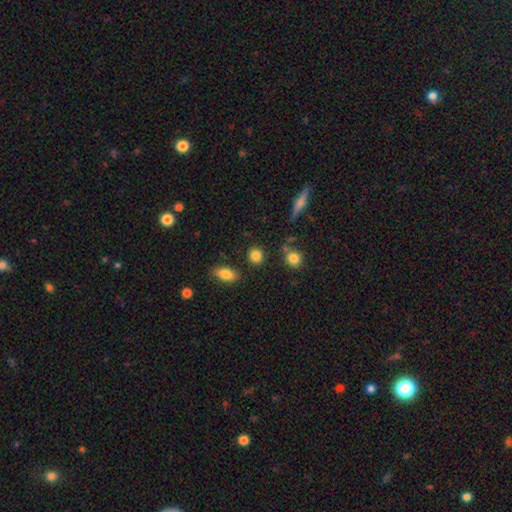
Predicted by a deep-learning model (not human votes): A smooth galaxy with no disk features (85%) that is round (81%). Merging: none (85%).